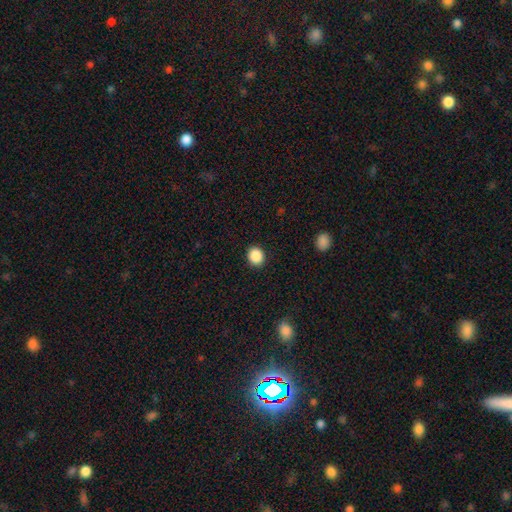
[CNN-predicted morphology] smooth 88%, star or artifact 9%, featured or disk 3%. Down the decision tree: how rounded — round (77%); merging — none (91%).